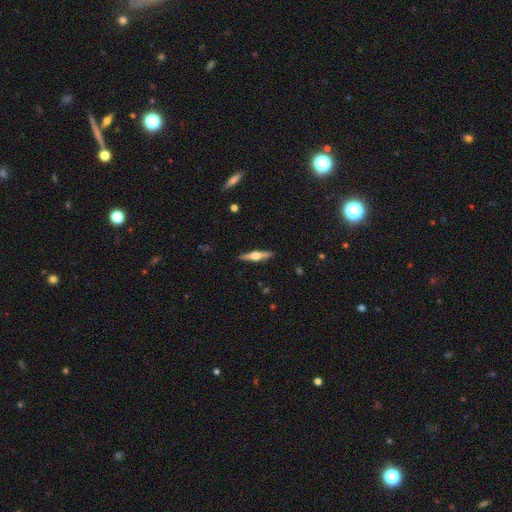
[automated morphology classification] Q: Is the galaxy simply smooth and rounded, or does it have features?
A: featured or disk — 69%.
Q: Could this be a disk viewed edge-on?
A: yes — 98%.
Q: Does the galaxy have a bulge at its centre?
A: rounded — 94%.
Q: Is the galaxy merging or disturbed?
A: none — 91%.